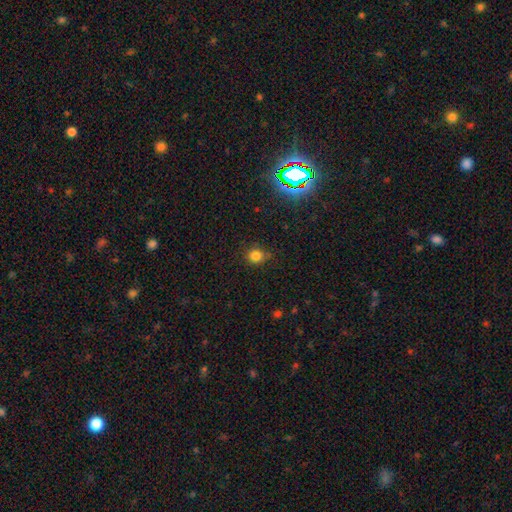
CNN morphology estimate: Q: Smooth or featured?
A: smooth (79%); runner-up: star or artifact (16%)
Q: How rounded?
A: round (85%); runner-up: in between (14%)
Q: Merging?
A: none (76%); runner-up: minor disturbance (17%)